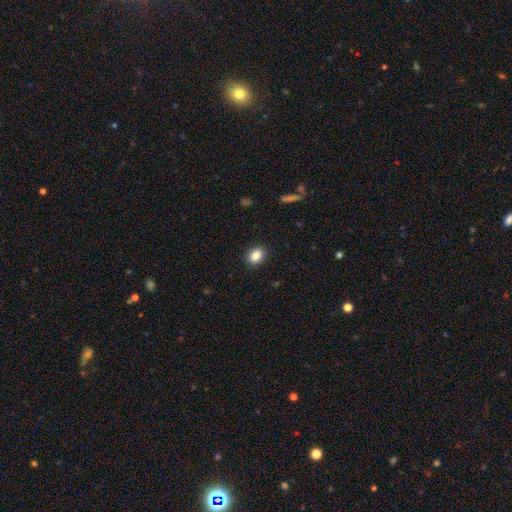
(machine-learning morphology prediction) type=smooth (87%); roundness=in between (60%); merging=none (89%).